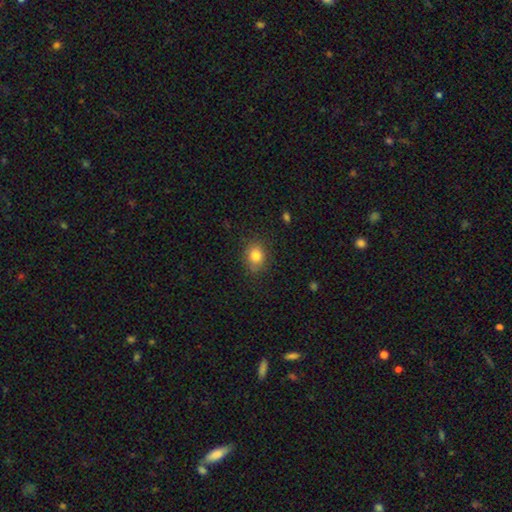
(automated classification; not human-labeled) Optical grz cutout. It shows a smooth galaxy with no disk features (82%) that is round (52%). Merging: none (82%).